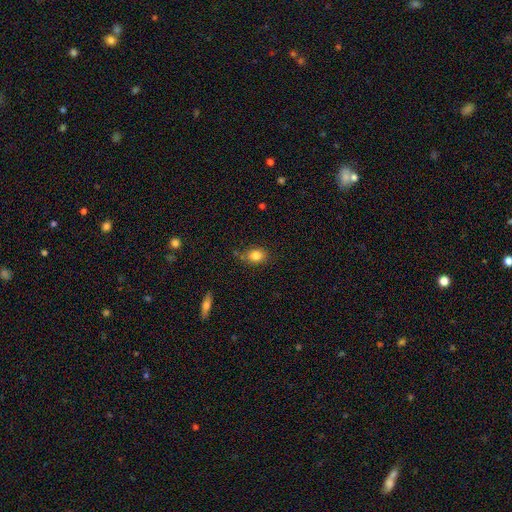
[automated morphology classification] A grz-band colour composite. It shows a smooth galaxy with no disk features (83%) that is in between round and cigar-shaped (66%). Merging: none (73%).